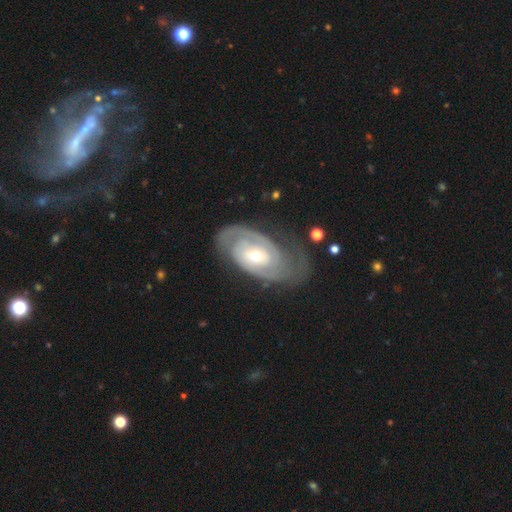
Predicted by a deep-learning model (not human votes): A featured or disk galaxy (87%) with no bar (62%), 2 (71%) tight (68%) spiral arms (95%) and a moderate central bulge (57%). Merging: none (67%).